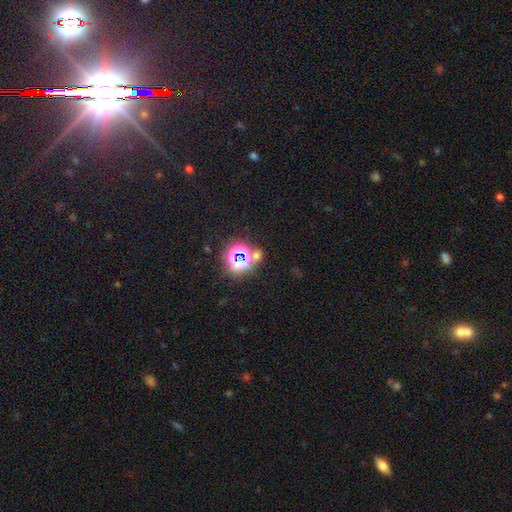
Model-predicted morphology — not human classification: Smooth or featured? star or artifact (62%)